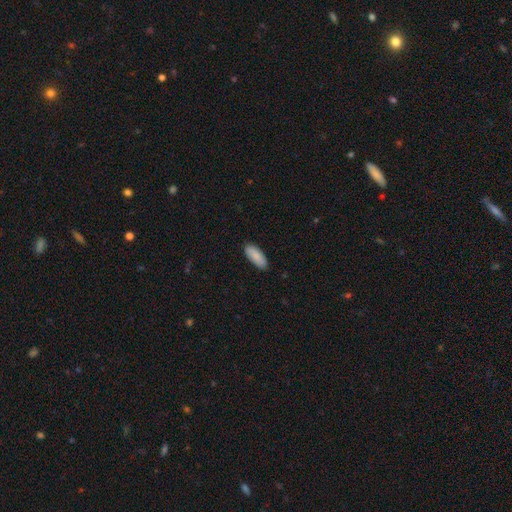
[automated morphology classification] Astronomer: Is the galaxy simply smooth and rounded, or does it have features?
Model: smooth — 88%.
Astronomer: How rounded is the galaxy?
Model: in between — 80%.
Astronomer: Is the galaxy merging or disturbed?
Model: none — 88%.